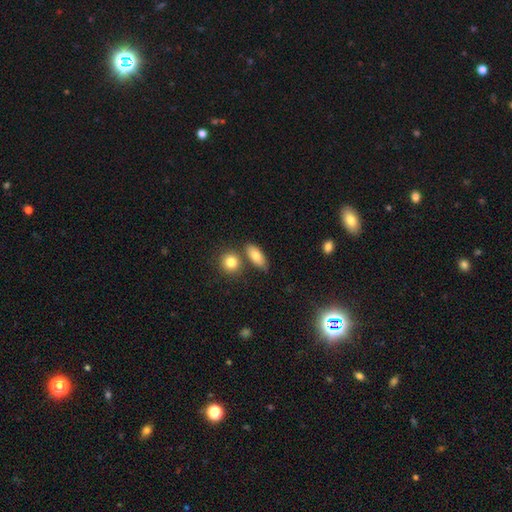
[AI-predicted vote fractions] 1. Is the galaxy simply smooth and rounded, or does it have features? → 80% smooth, 12% featured or disk, 8% star or artifact.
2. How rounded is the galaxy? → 80% in between, 13% cigar-shaped, 7% round.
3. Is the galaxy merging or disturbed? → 68% none, 14% merger, 14% minor disturbance, 4% major disturbance.